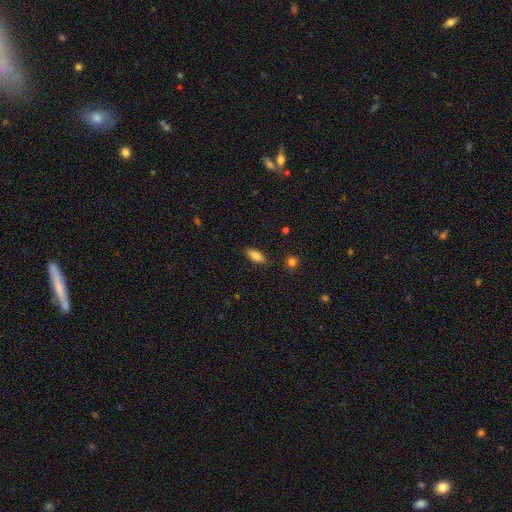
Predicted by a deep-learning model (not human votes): A smooth galaxy with no disk features (82%) that is in between round and cigar-shaped (75%).

Vote fractions:
- Smooth or featured? smooth: 82% / featured or disk: 11% / star or artifact: 7%
- How rounded? in between: 75% / cigar-shaped: 23% / round: 2%
- Merging? none: 87% / minor disturbance: 9% / major disturbance: 2% / merger: 1%